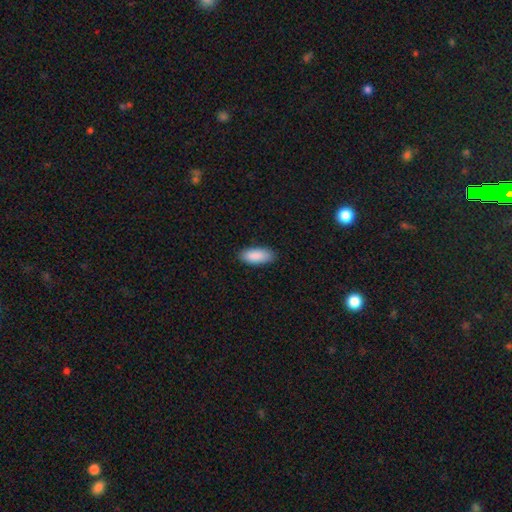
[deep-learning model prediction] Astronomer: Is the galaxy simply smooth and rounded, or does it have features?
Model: smooth — 90%.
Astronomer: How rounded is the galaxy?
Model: in between — 85%.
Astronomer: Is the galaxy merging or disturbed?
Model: none — 87%.